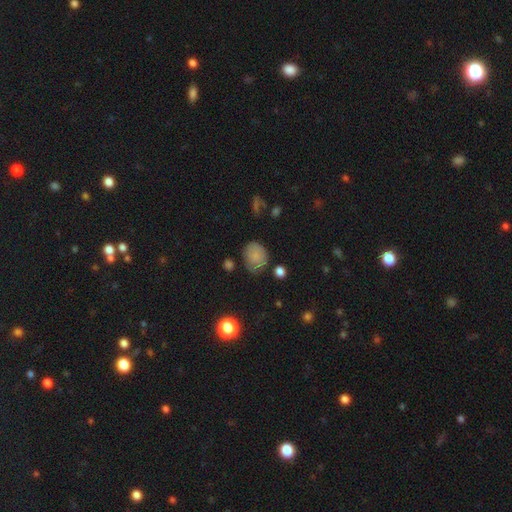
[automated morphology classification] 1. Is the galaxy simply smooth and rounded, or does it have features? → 75% smooth, 15% featured or disk, 11% star or artifact.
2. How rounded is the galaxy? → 55% round, 44% in between, 1% cigar-shaped.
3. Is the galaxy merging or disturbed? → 59% none, 28% minor disturbance, 9% major disturbance, 3% merger.